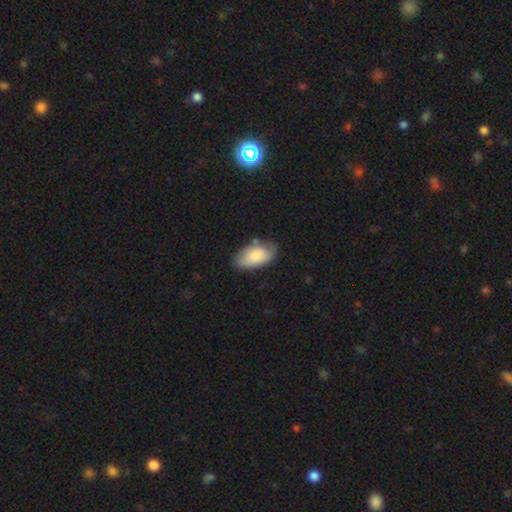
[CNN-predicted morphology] Smooth or featured? smooth (76%)
How rounded? in between (94%)
Merging? none (68%)